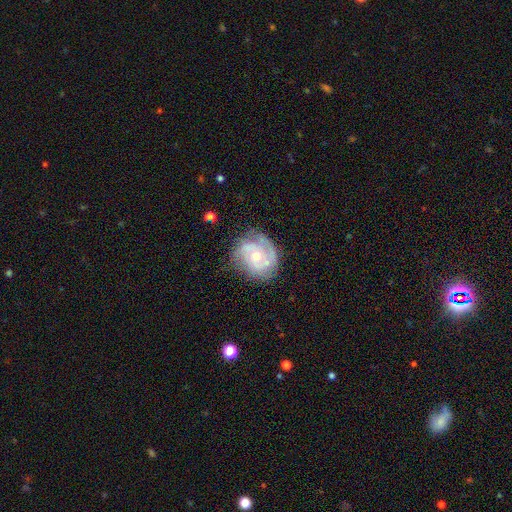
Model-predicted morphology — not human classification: smooth-or-featured: featured or disk: 73% | smooth: 21% | star or artifact: 6%
  disk-edge-on: no: 98% | yes: 2%
    bar: no: 73% | weak: 23% | strong: 4%
    has-spiral-arms: yes: 84% | no: 16%
      spiral-winding: tight: 53% | medium: 35% | loose: 12%
      spiral-arm-count: 2: 41% | can't tell: 30% | 3: 15% | 1: 7% | 4: 3% | more than 4: 3%
    bulge-size: small: 52% | moderate: 43% | large: 2% | none: 2% | dominant: 1%
  merging: none: 63% | minor disturbance: 23% | major disturbance: 11% | merger: 3%